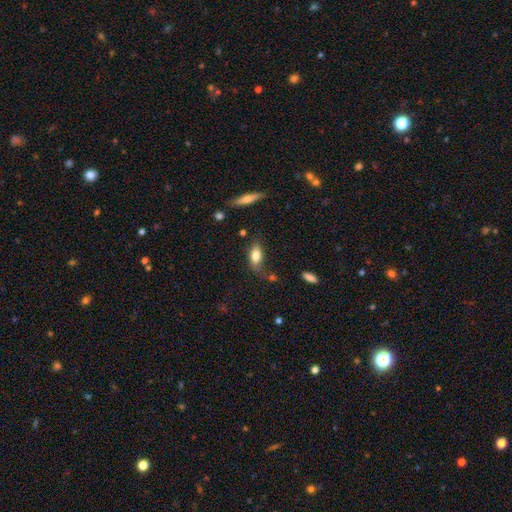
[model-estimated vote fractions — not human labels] Q: Smooth or featured?
A: smooth (78%); runner-up: featured or disk (14%)
Q: How rounded?
A: in between (86%); runner-up: cigar-shaped (10%)
Q: Merging?
A: none (59%); runner-up: minor disturbance (26%)